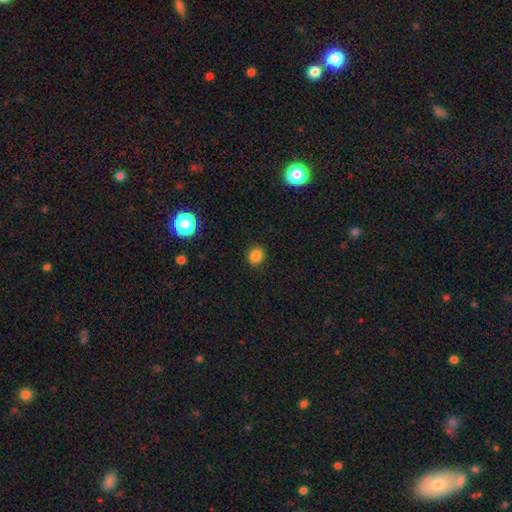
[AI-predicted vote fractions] Smooth or featured? Predicted: smooth (p=0.83). How rounded? Predicted: round (p=0.80). Merging? Predicted: none (p=0.89).